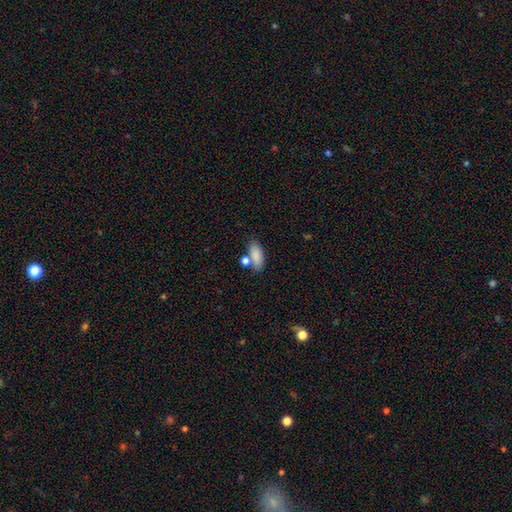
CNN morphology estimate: Q: Smooth or featured?
A: smooth (86%); runner-up: star or artifact (7%)
Q: How rounded?
A: in between (77%); runner-up: cigar-shaped (19%)
Q: Merging?
A: none (63%); runner-up: merger (20%)